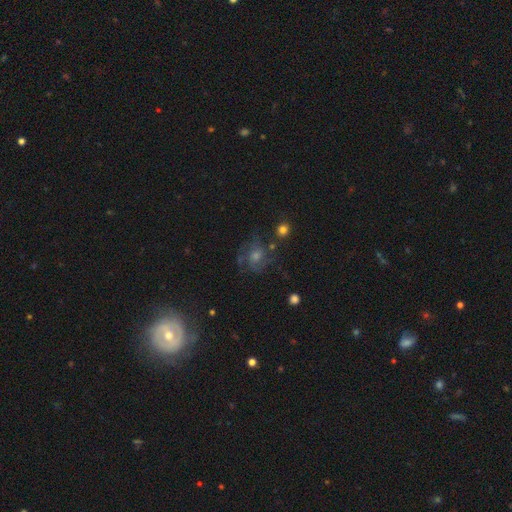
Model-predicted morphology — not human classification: Q: Smooth or featured?
A: featured or disk (57%); runner-up: star or artifact (22%)
Q: Edge-on disk?
A: no (96%); runner-up: yes (4%)
Q: Bar?
A: no (67%); runner-up: weak (28%)
Q: Spiral arms?
A: yes (85%); runner-up: no (15%)
Q: Bulge size?
A: moderate (52%); runner-up: small (29%)
Q: Merging?
A: none (68%); runner-up: minor disturbance (16%)